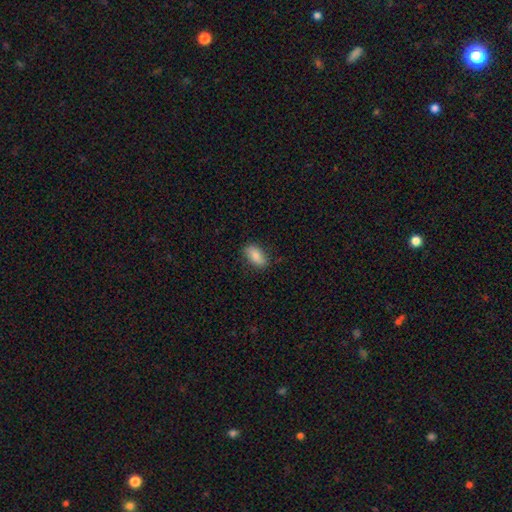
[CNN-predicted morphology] smooth_or_featured: smooth (p=0.80) [alt: featured or disk p=0.13]
how_rounded: in between (p=0.90) [alt: round p=0.05]
merging: none (p=0.81) [alt: minor disturbance p=0.15]